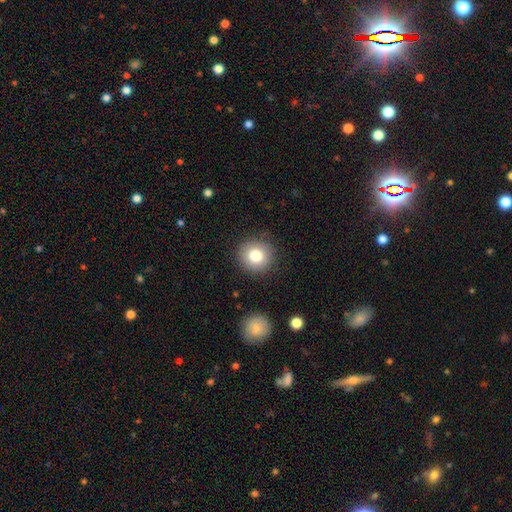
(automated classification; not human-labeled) The model was most divided on "smooth or featured": smooth: 80%, featured or disk: 10%, star or artifact: 10%. More confident: how rounded — round (92%); merging — none (88%).